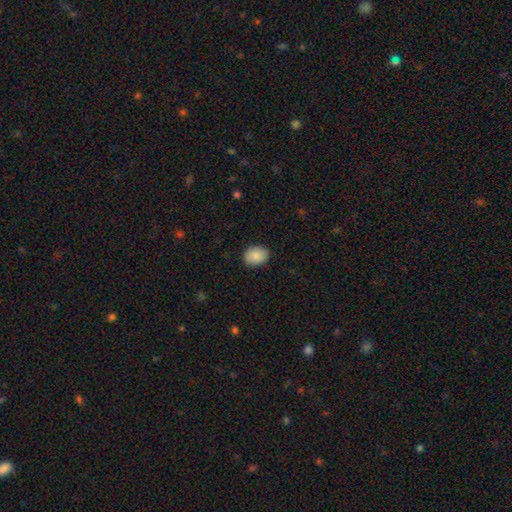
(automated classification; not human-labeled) Smooth or featured? smooth (88%)
How rounded? in between (63%)
Merging? none (88%)